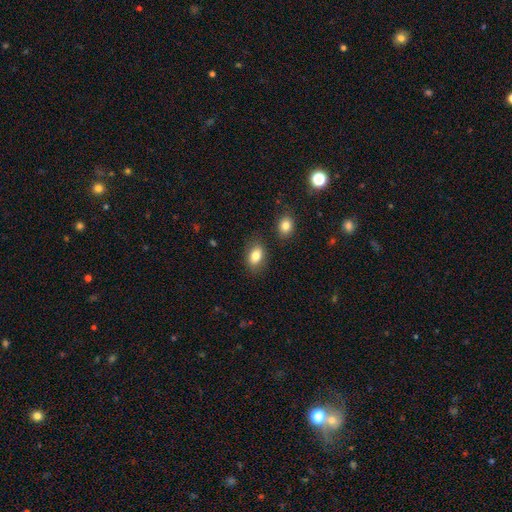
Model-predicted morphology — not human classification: smooth_or_featured: smooth (p=0.82) [alt: featured or disk p=0.09]
how_rounded: in between (p=0.83) [alt: round p=0.15]
merging: none (p=0.80) [alt: minor disturbance p=0.12]